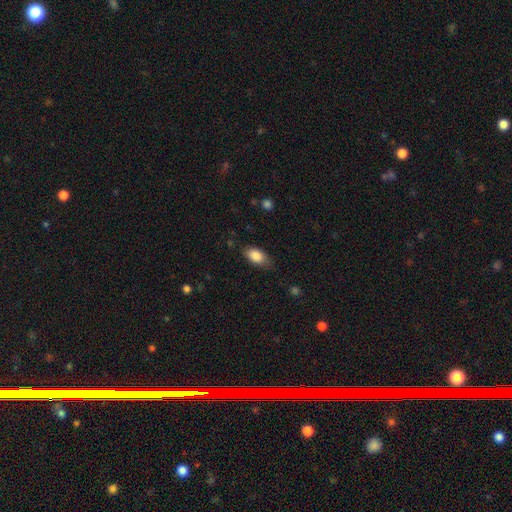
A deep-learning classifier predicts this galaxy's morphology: Smooth or featured?
  - smooth: 86% *
  - featured or disk: 7%
  - star or artifact: 7%
How rounded?
  - in between: 91% *
  - round: 5%
  - cigar-shaped: 4%
Merging?
  - none: 73% *
  - minor disturbance: 21%
  - major disturbance: 5%
  - merger: 1%